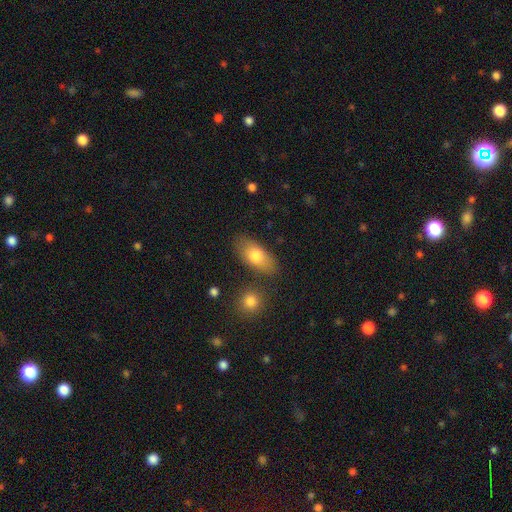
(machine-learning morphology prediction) smooth 74%, featured or disk 19%, star or artifact 7%. Down the decision tree: how rounded — in between (88%); merging — none (75%).